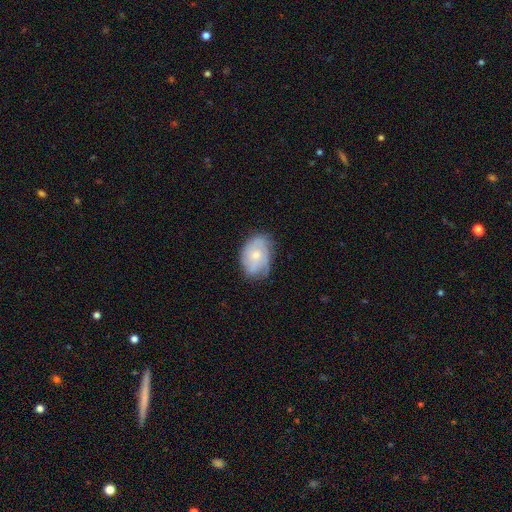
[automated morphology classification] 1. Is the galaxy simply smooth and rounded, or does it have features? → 56% featured or disk, 36% smooth, 7% star or artifact.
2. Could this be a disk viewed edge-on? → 96% no, 4% yes.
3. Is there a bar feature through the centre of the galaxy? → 82% no, 16% weak, 2% strong.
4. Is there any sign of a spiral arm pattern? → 78% yes, 22% no.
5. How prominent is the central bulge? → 53% small, 42% moderate, 2% none, 2% large, 1% dominant.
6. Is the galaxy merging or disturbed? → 63% none, 28% minor disturbance, 8% major disturbance, 1% merger.